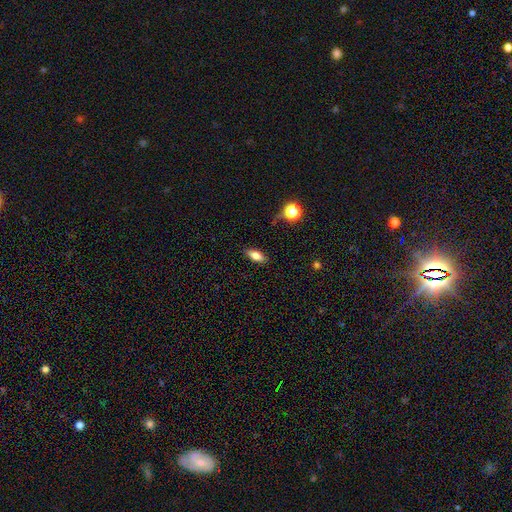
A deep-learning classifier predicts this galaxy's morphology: Overall: smooth (71%). How rounded: in between (78%). Merging: none (84%).